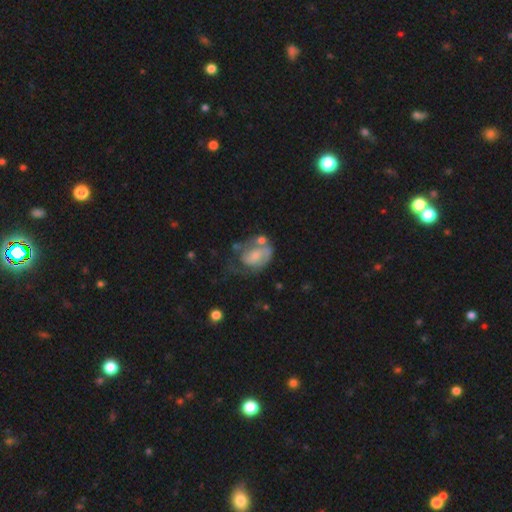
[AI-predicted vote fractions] Smooth or featured? featured or disk (63%)
Edge-on disk? no (97%)
Bar? no (58%)
Spiral arms? yes (74%)
Bulge size? moderate (30%, tied with small)
Merging? major disturbance (32%)